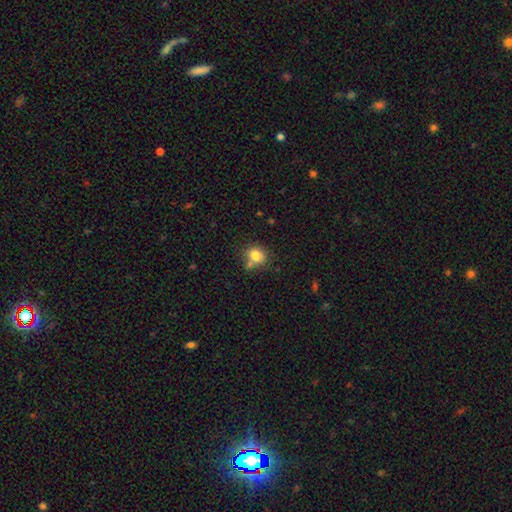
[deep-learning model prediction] Smooth or featured?
  - smooth: 80% *
  - star or artifact: 11%
  - featured or disk: 9%
How rounded?
  - round: 69% *
  - in between: 30%
  - cigar-shaped: 1%
Merging?
  - none: 60% *
  - merger: 22%
  - minor disturbance: 14%
  - major disturbance: 4%